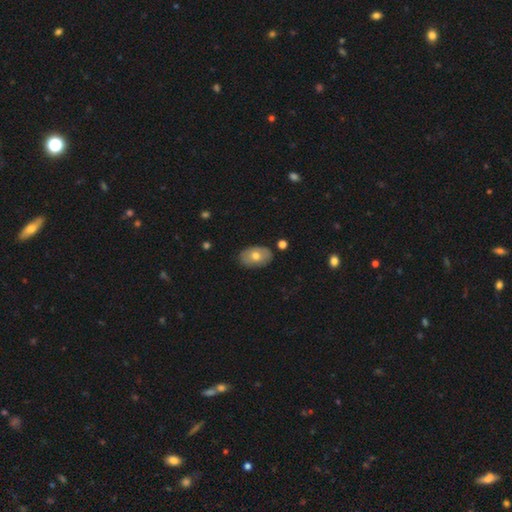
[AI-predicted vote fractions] Q: Smooth or featured?
A: smooth (69%); runner-up: featured or disk (24%)
Q: How rounded?
A: in between (87%); runner-up: round (12%)
Q: Merging?
A: none (84%); runner-up: minor disturbance (12%)